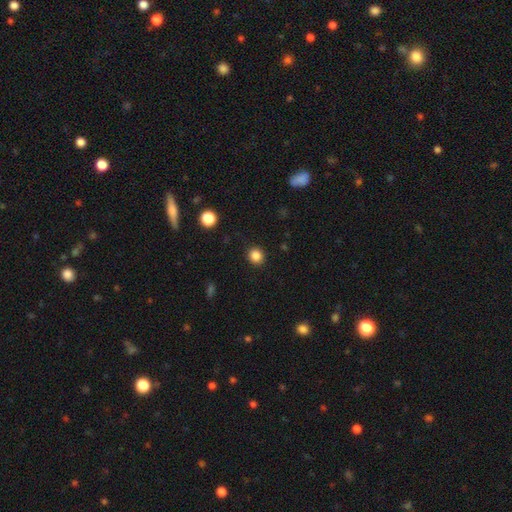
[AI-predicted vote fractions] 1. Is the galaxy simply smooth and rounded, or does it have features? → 85% smooth, 12% star or artifact, 3% featured or disk.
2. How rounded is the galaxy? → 87% round, 12% in between, 1% cigar-shaped.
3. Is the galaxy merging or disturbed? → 91% none, 6% minor disturbance, 2% major disturbance, 1% merger.